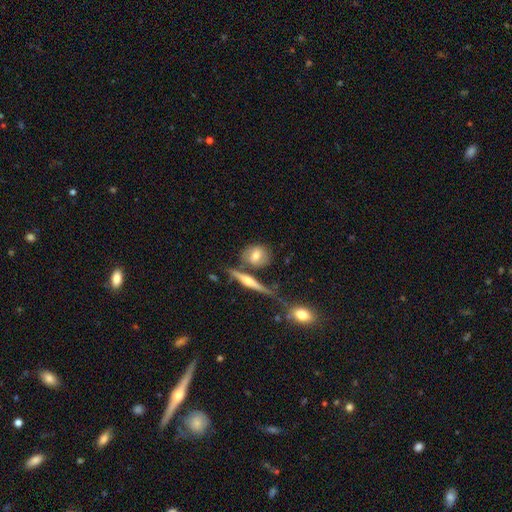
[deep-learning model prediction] A smooth galaxy with no disk features (60%) that is round (50%).

Vote fractions:
- Smooth or featured? smooth: 60% / featured or disk: 31% / star or artifact: 8%
- How rounded? round: 50% / in between: 40% / cigar-shaped: 9%
- Merging? none: 64% / merger: 17% / minor disturbance: 15% / major disturbance: 5%